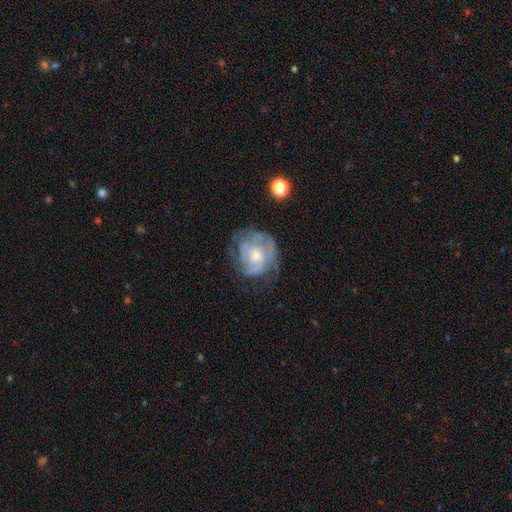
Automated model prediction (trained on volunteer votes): A featured or disk galaxy (66%) with no bar (77%), spiral arms (66%) and a moderate central bulge (48%). Merging: none (51%).